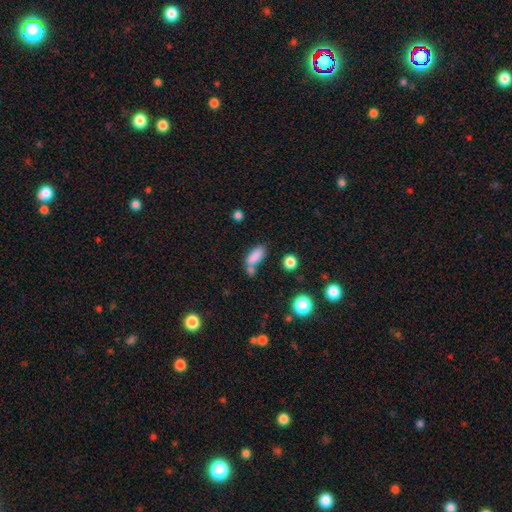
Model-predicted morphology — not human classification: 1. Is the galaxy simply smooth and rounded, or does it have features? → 82% smooth, 10% star or artifact, 8% featured or disk.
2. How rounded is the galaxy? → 73% in between, 23% cigar-shaped, 4% round.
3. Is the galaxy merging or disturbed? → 44% none, 34% merger, 15% minor disturbance, 7% major disturbance.